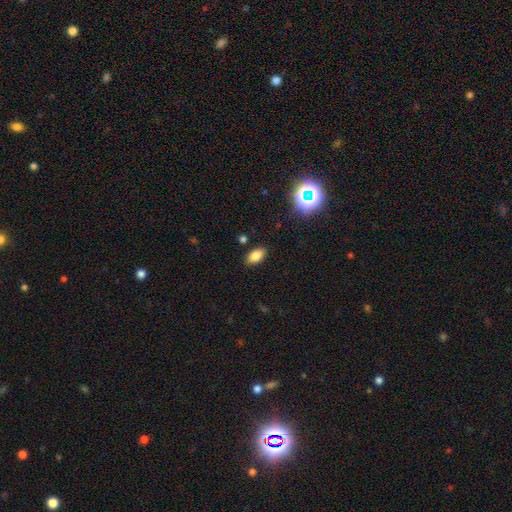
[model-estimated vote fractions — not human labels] The model was most divided on "smooth or featured": smooth: 82%, star or artifact: 12%, featured or disk: 7%. More confident: how rounded — in between (91%); merging — none (87%).